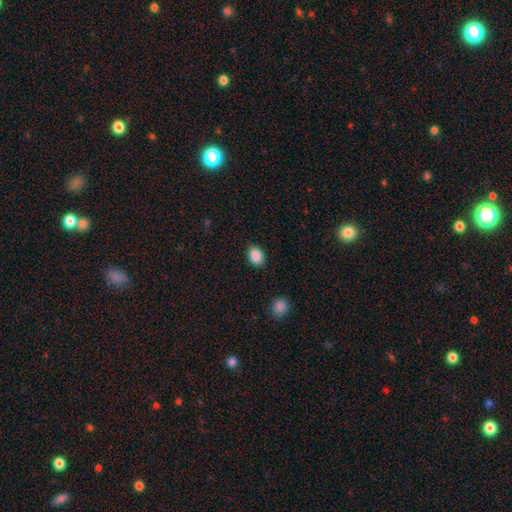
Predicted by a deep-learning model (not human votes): smooth 88%, star or artifact 8%, featured or disk 4%. Down the decision tree: how rounded — in between (71%); merging — none (88%).